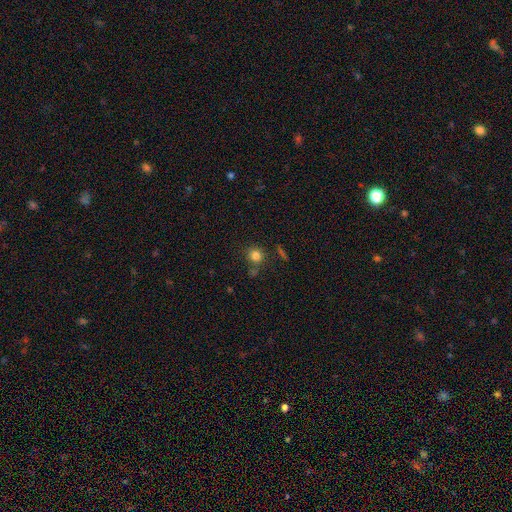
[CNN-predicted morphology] This is likely a smooth galaxy (80%). How rounded: clearly round (87%). Merging: likely none (71%).